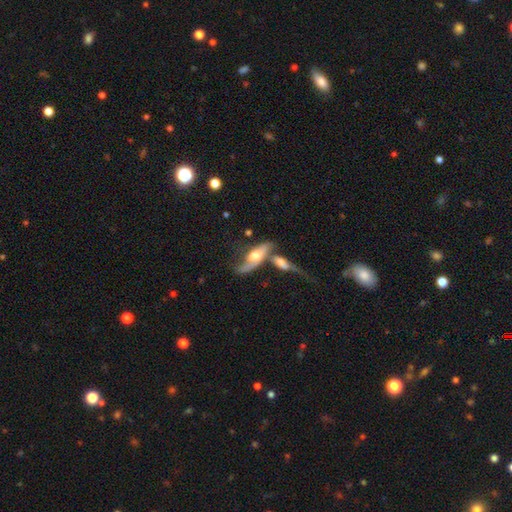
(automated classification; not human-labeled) Q: Smooth or featured?
A: featured or disk (60%); runner-up: smooth (33%)
Q: Edge-on disk?
A: no (64%); runner-up: yes (36%)
Q: Merging?
A: merger (55%); runner-up: none (18%)